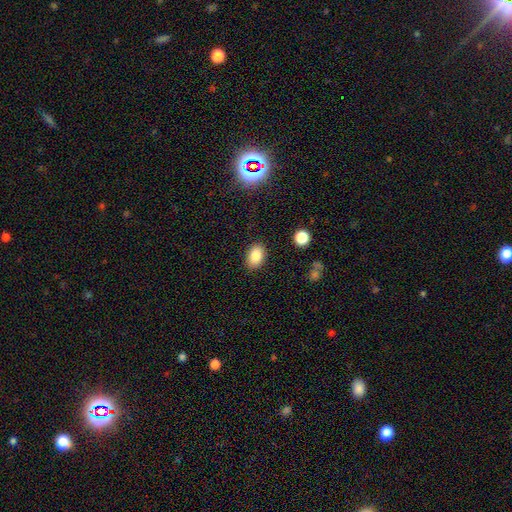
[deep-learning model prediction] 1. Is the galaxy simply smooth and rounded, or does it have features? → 85% smooth, 9% star or artifact, 6% featured or disk.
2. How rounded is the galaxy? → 84% in between, 15% round, 1% cigar-shaped.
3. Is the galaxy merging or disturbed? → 85% none, 11% minor disturbance, 3% major disturbance, 1% merger.